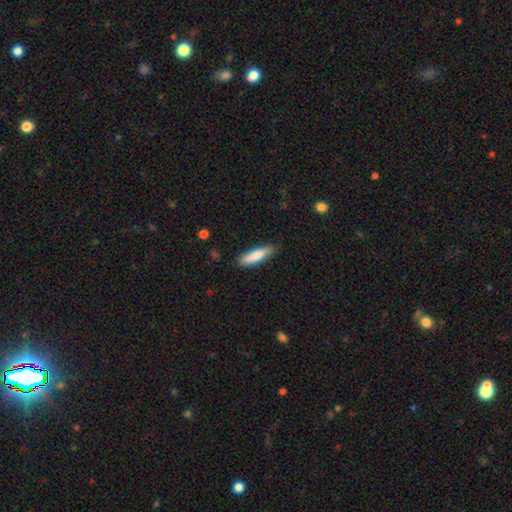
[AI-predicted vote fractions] Q: Smooth or featured?
A: smooth (79%); runner-up: featured or disk (16%)
Q: How rounded?
A: cigar-shaped (71%); runner-up: in between (28%)
Q: Merging?
A: none (83%); runner-up: minor disturbance (13%)